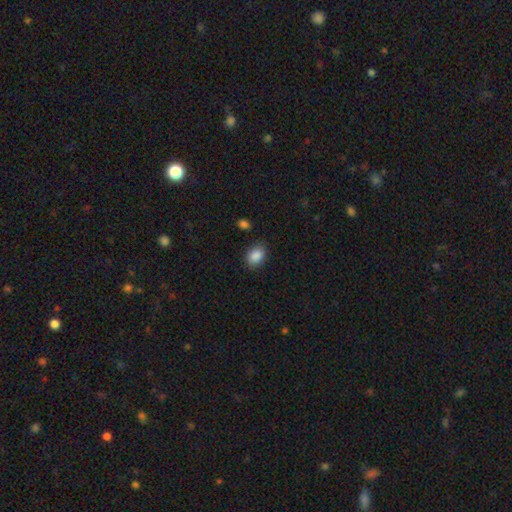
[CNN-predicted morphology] Overall: smooth (88%). How rounded: in between (74%). Merging: none (82%).